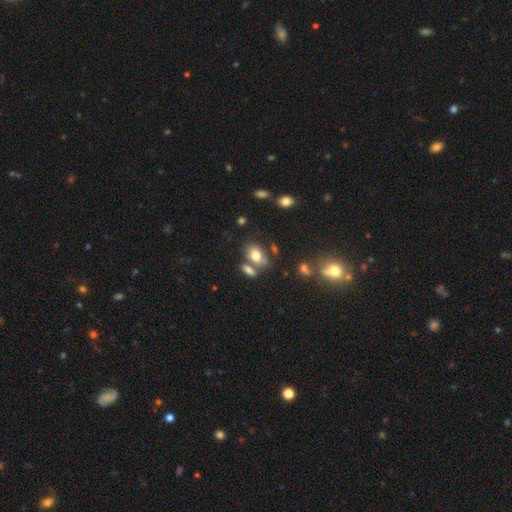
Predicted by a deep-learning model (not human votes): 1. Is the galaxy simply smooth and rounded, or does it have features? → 76% smooth, 14% featured or disk, 10% star or artifact.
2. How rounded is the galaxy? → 86% in between, 11% round, 2% cigar-shaped.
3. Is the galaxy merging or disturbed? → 58% none, 24% merger, 13% minor disturbance, 4% major disturbance.